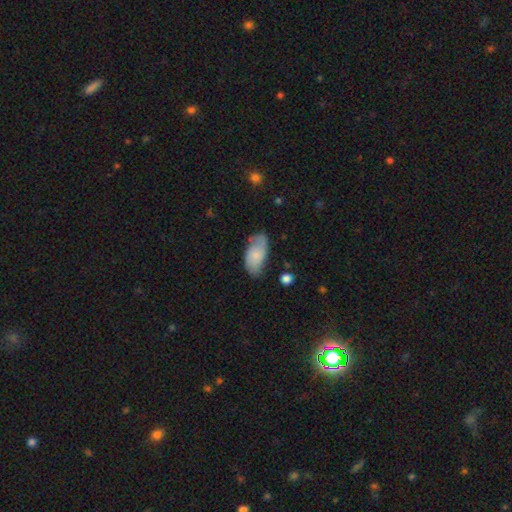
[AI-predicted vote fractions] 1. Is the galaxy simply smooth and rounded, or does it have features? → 67% smooth, 26% featured or disk, 7% star or artifact.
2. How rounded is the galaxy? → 94% in between, 3% cigar-shaped, 3% round.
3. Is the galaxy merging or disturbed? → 61% none, 28% minor disturbance, 8% major disturbance, 3% merger.